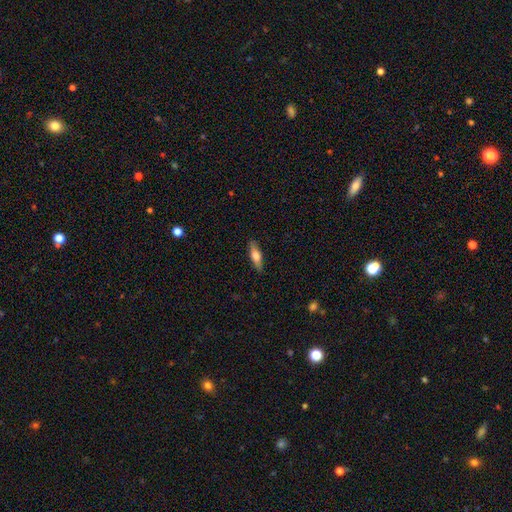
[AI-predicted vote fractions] Smooth or featured?
  - smooth: 65% *
  - featured or disk: 28%
  - star or artifact: 6%
How rounded?
  - cigar-shaped: 54% *
  - in between: 44%
  - round: 2%
Merging?
  - none: 87% *
  - minor disturbance: 9%
  - major disturbance: 2%
  - merger: 1%